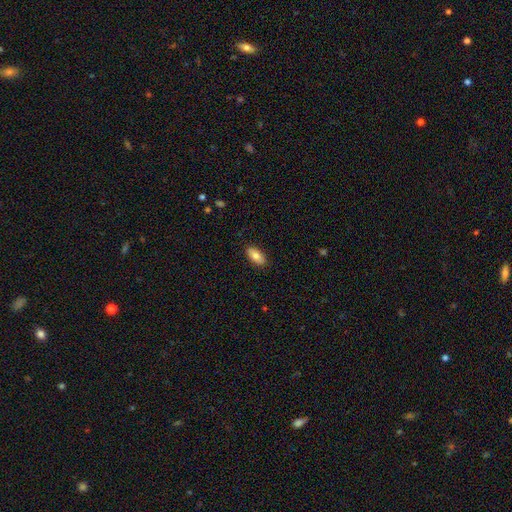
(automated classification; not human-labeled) The model was most divided on "smooth or featured": smooth: 79%, featured or disk: 14%, star or artifact: 7%. More confident: how rounded — in between (91%); merging — none (88%).